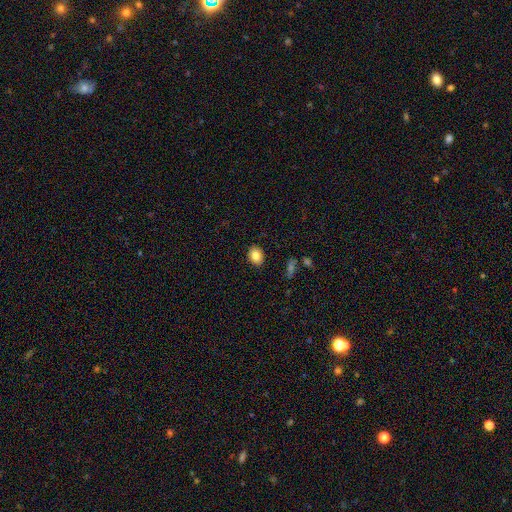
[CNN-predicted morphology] Smooth or featured? Predicted: smooth (p=0.84). How rounded? Predicted: in between (p=0.58). Merging? Predicted: none (p=0.89).